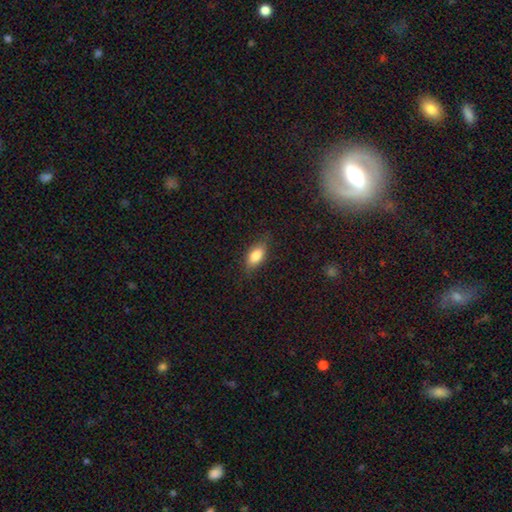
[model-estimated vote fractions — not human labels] The model was most divided on "merging": none: 79%, minor disturbance: 16%, major disturbance: 4%, merger: 1%. More confident: how rounded — in between (85%); smooth or featured — smooth (80%).